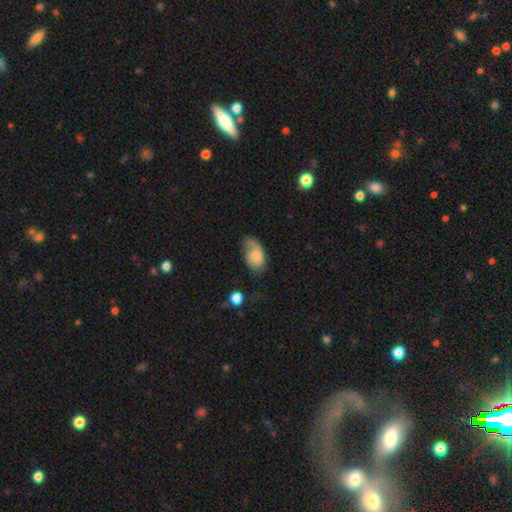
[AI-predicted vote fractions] This appears to be a smooth galaxy with no disk features (52%) that is in between round and cigar-shaped (88%). Merging: none (41%).